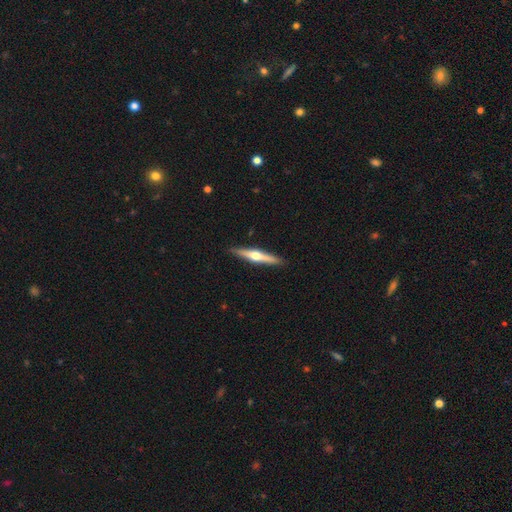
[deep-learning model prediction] smooth-or-featured: featured or disk: 69% | smooth: 26% | star or artifact: 5%
  disk-edge-on: yes: 98% | no: 2%
    edge-on-bulge: rounded: 95% | none: 3% | boxy: 2%
  merging: none: 91% | minor disturbance: 6% | major disturbance: 1% | merger: 1%